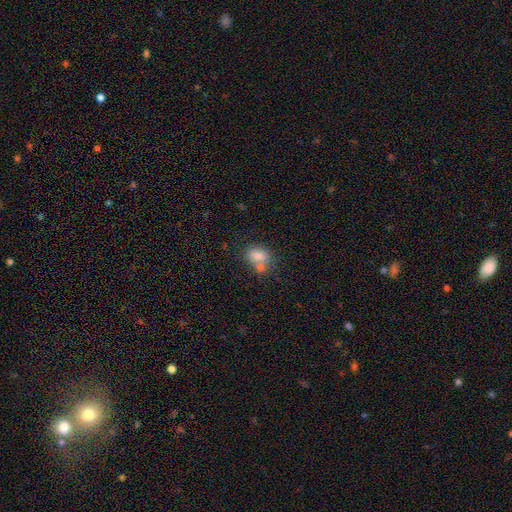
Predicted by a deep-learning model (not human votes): Smooth or featured? Predicted: smooth (p=0.77). How rounded? Predicted: in between (p=0.68). Merging? Predicted: none (p=0.43).